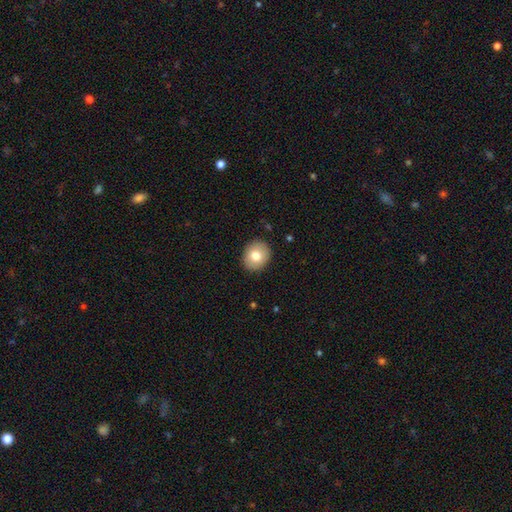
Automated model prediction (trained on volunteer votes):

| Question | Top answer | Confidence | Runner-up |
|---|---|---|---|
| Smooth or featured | smooth | 77% | featured or disk (14%) |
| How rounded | round | 68% | in between (32%) |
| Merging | none | 89% | minor disturbance (8%) |